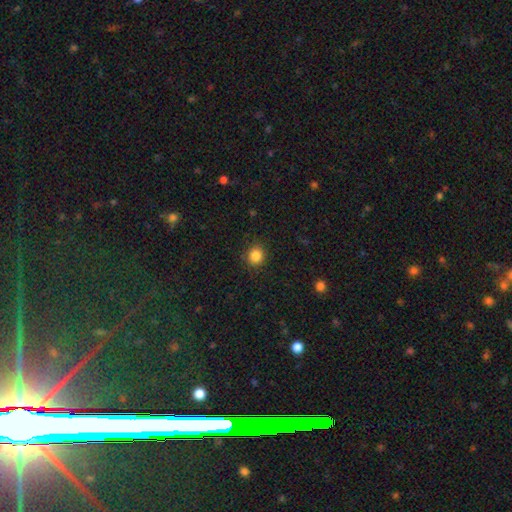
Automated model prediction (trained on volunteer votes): smooth 85%, star or artifact 11%, featured or disk 4%. Down the decision tree: how rounded — round (87%); merging — none (89%).